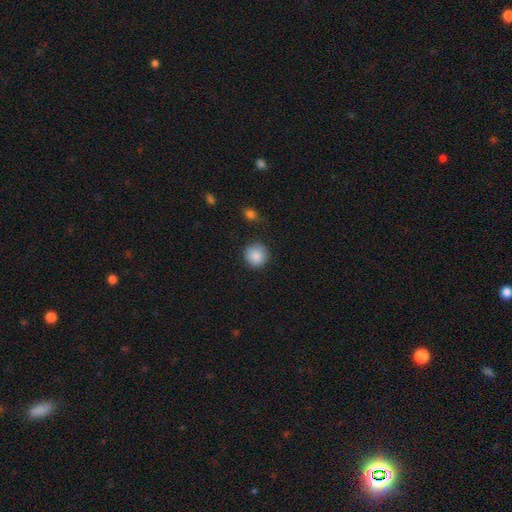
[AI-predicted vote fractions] smooth 87%, star or artifact 8%, featured or disk 5%. Down the decision tree: how rounded — round (94%); merging — none (85%).